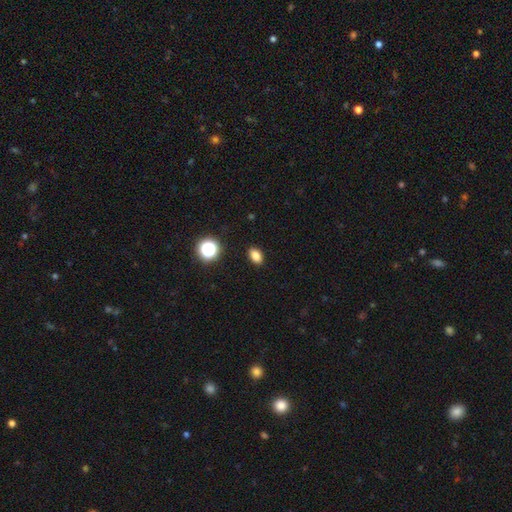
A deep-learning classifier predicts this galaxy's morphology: smooth 82%, star or artifact 13%, featured or disk 5%. Down the decision tree: how rounded — in between (82%); merging — none (90%).